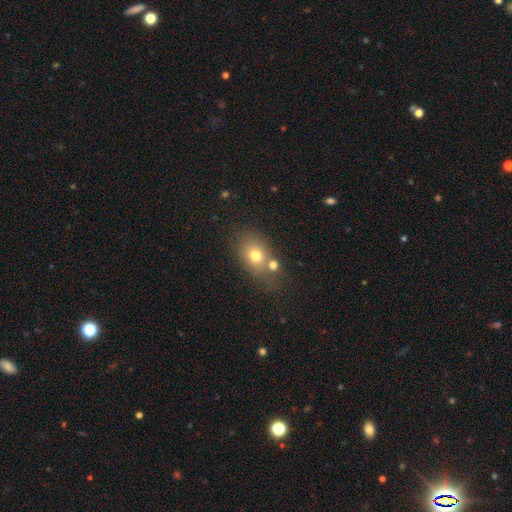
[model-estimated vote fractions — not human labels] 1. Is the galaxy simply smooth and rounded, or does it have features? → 72% smooth, 16% featured or disk, 12% star or artifact.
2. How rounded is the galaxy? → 59% in between, 40% round, 1% cigar-shaped.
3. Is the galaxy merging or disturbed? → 50% none, 31% merger, 13% minor disturbance, 6% major disturbance.